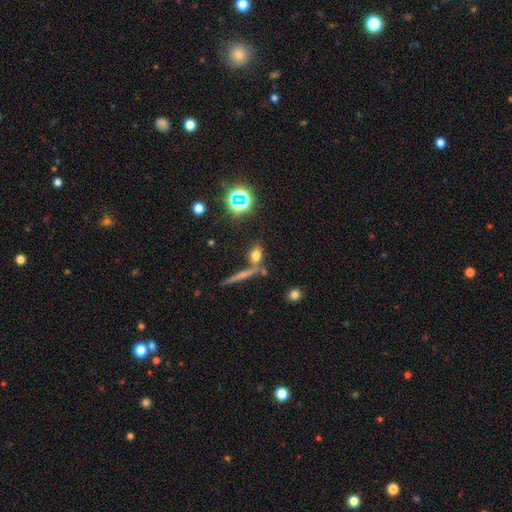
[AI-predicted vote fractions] Smooth or featured? smooth (66%)
How rounded? round (42%, tied with in between)
Merging? none (65%)